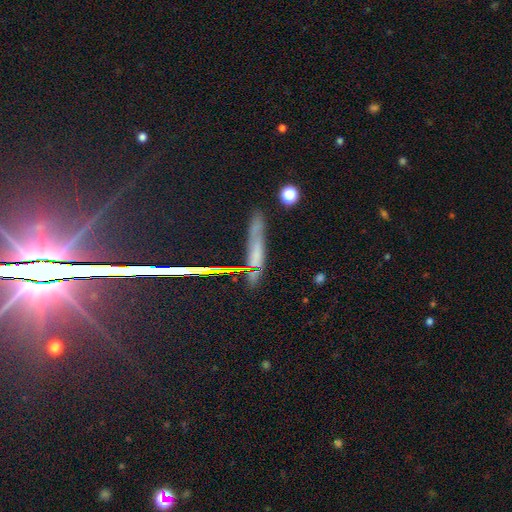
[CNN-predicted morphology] Smooth or featured? Predicted: smooth (p=0.44). Merging? Predicted: none (p=0.69).